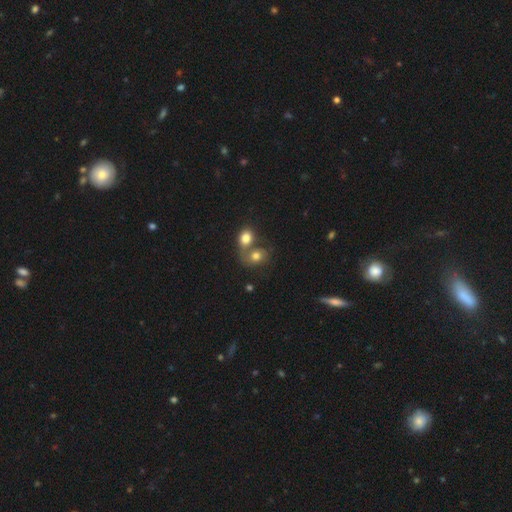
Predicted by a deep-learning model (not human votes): Q: Smooth or featured?
A: smooth (68%); runner-up: featured or disk (20%)
Q: How rounded?
A: round (55%); runner-up: in between (44%)
Q: Merging?
A: merger (61%); runner-up: none (26%)